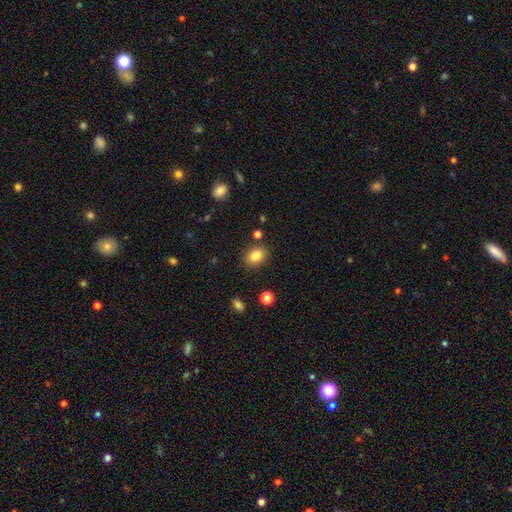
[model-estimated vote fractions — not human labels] smooth 84%, star or artifact 10%, featured or disk 6%. Down the decision tree: how rounded — in between (69%); merging — none (84%).